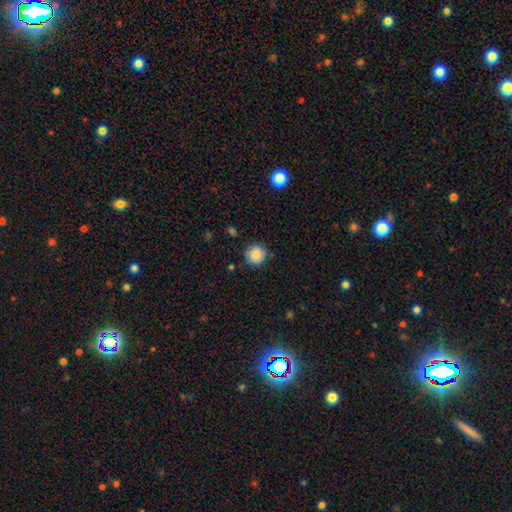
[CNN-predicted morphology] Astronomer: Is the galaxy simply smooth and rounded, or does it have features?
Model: smooth — 85%.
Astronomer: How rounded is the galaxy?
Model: round — 93%.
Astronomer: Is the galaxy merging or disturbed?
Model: none — 82%.